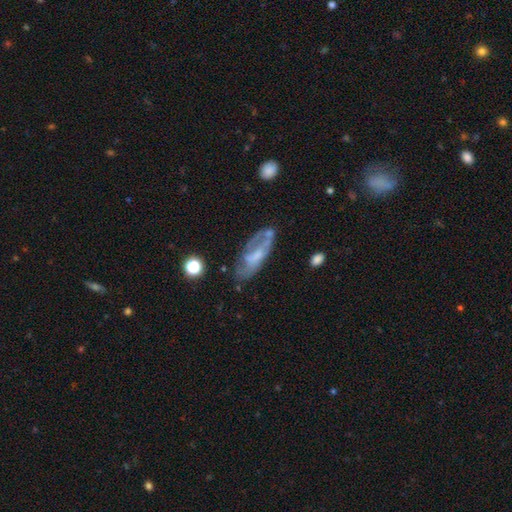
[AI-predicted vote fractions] Smooth or featured? featured or disk (62%)
Edge-on disk? no (85%)
Bar? no (54%)
Spiral arms? yes (57%)
Bulge size? small (35%)
Merging? none (54%)